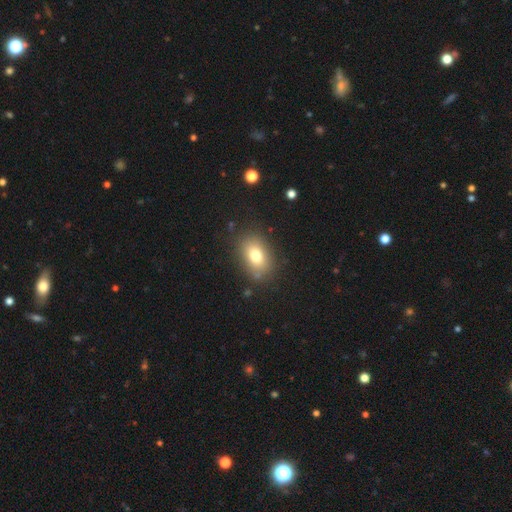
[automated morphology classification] Smooth or featured? smooth (76%)
How rounded? in between (78%)
Merging? none (82%)